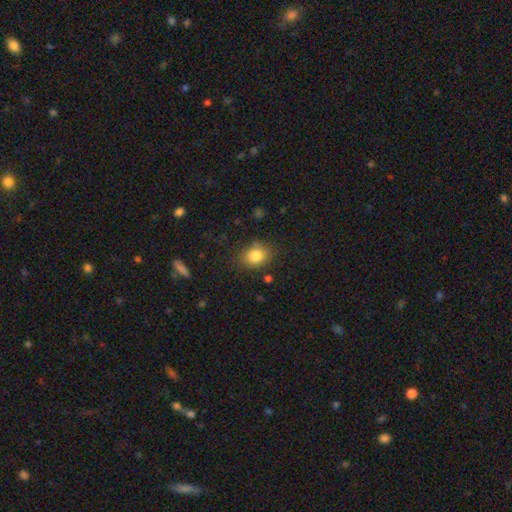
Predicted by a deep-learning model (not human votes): A smooth galaxy with no disk features (83%) that is round (50%).

Vote fractions:
- Smooth or featured? smooth: 83% / star or artifact: 10% / featured or disk: 7%
- How rounded? round: 50% / in between: 49% / cigar-shaped: 1%
- Merging? none: 77% / minor disturbance: 16% / major disturbance: 4% / merger: 2%